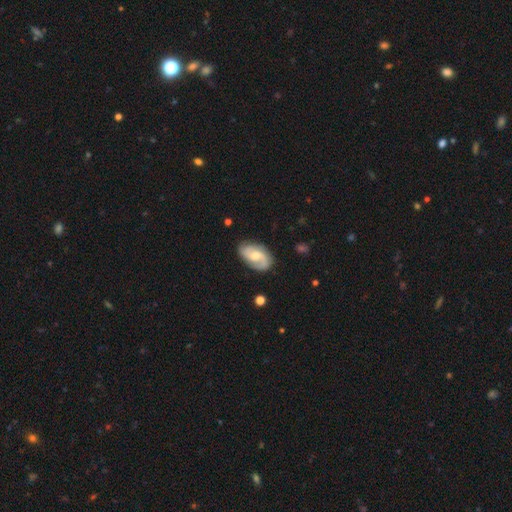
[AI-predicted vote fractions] Smooth or featured? featured or disk (75%)
Edge-on disk? no (97%)
Bar? no (50%)
Spiral arms? yes (95%)
Spiral winding? medium (46%)
Spiral arm count? 2 (79%)
Bulge size? moderate (54%)
Merging? none (77%)